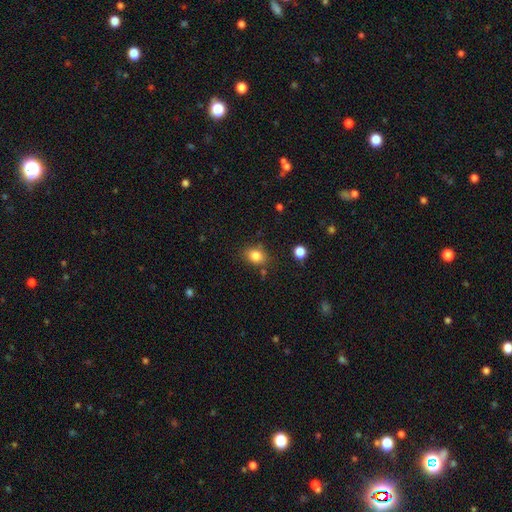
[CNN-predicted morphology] This appears to be a smooth galaxy with no disk features (83%) that is in between round and cigar-shaped (59%). Merging: none (77%).